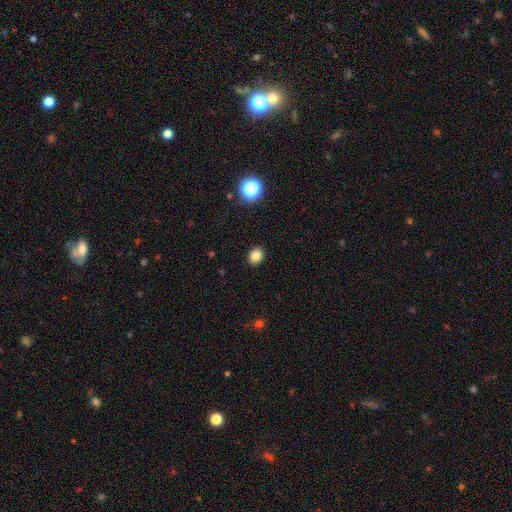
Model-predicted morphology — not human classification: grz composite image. It shows a smooth galaxy with no disk features (83%) that is round (59%). Merging: none (91%).